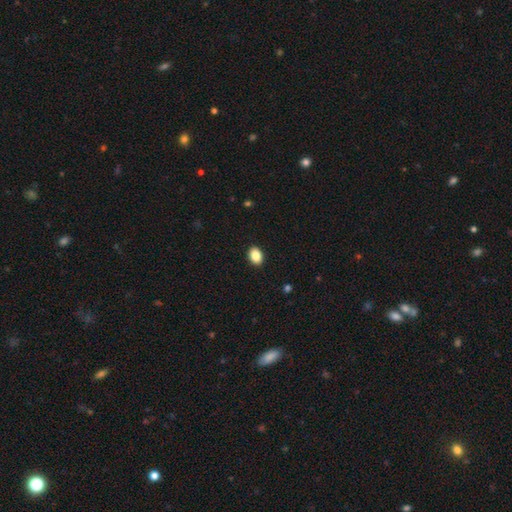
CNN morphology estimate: This is clearly a smooth galaxy (88%). How rounded: likely in between (74%). Merging: clearly none (91%).